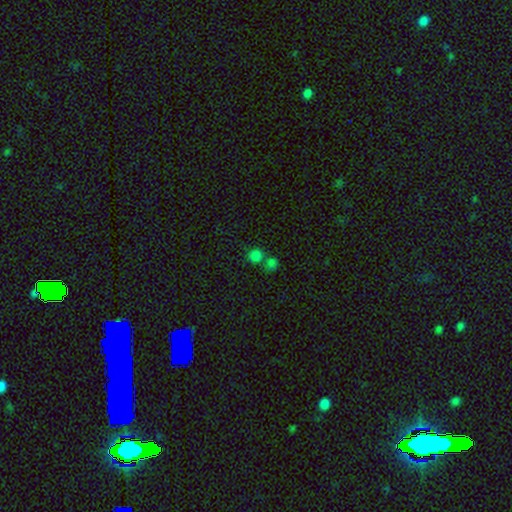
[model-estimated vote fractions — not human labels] Smooth or featured?
  - smooth: 78% *
  - star or artifact: 17%
  - featured or disk: 5%
How rounded?
  - round: 89% *
  - in between: 10%
  - cigar-shaped: 1%
Merging?
  - none: 58% *
  - merger: 31%
  - minor disturbance: 8%
  - major disturbance: 3%